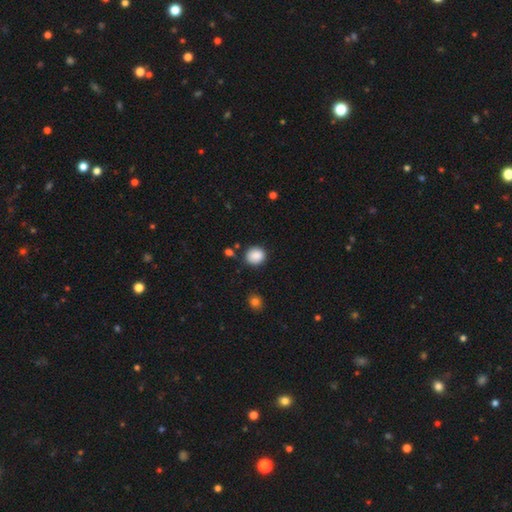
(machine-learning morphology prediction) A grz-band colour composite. It shows a smooth galaxy with no disk features (88%) that is round (80%). Merging: none (84%).